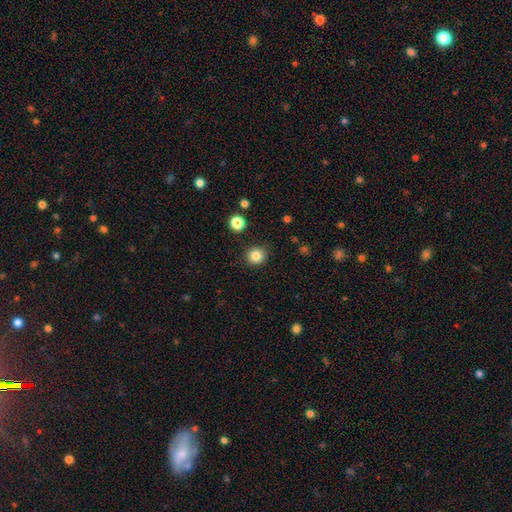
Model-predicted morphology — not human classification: type=smooth (83%); roundness=round (90%); merging=none (89%).